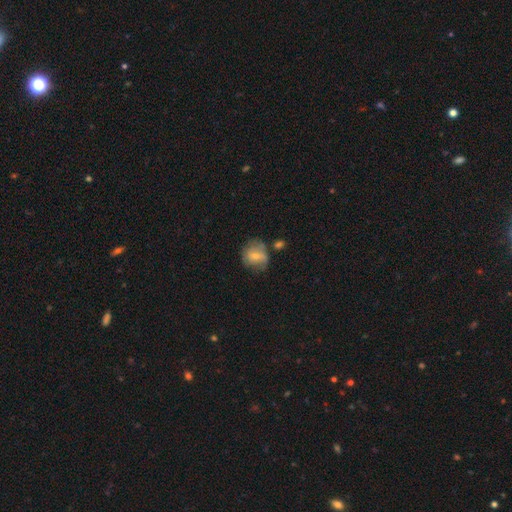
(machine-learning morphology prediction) Smooth or featured: smooth — 62% (featured or disk — 30%)
How rounded: round — 71% (in between — 28%)
Merging: none — 53% (minor disturbance — 27%)